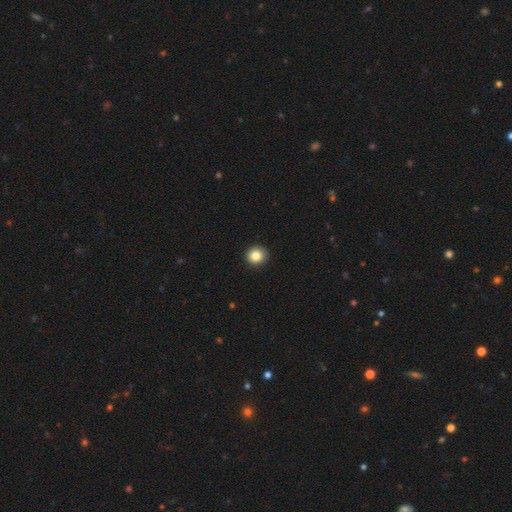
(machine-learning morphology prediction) Smooth or featured?
  - smooth: 86% *
  - star or artifact: 10%
  - featured or disk: 5%
How rounded?
  - round: 91% *
  - in between: 9%
  - cigar-shaped: 1%
Merging?
  - none: 93% *
  - minor disturbance: 5%
  - major disturbance: 1%
  - merger: 1%